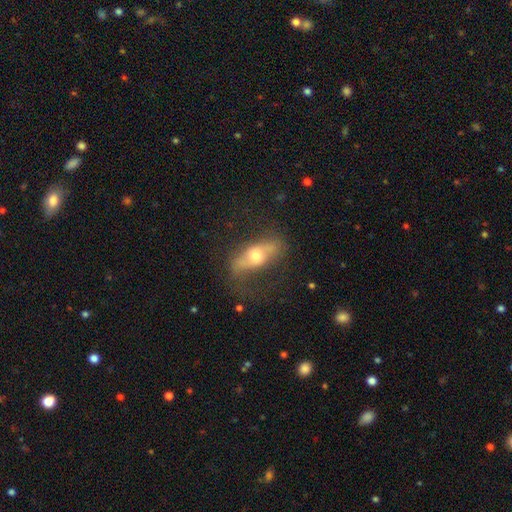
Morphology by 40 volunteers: type=featured or disk (50%); edge-on=yes (50%, tied with no); edge-on bulge=rounded (100%); merging=none (71%).